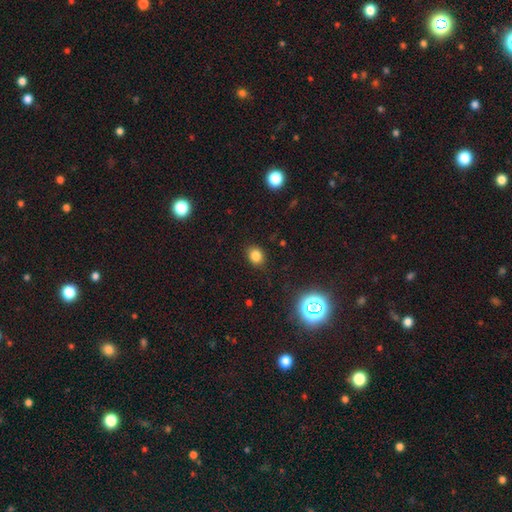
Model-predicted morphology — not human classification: A smooth galaxy with no disk features (80%) that is round (57%).

Vote fractions:
- Smooth or featured? smooth: 80% / star or artifact: 14% / featured or disk: 6%
- How rounded? round: 57% / in between: 42% / cigar-shaped: 1%
- Merging? none: 87% / minor disturbance: 9% / major disturbance: 3% / merger: 1%